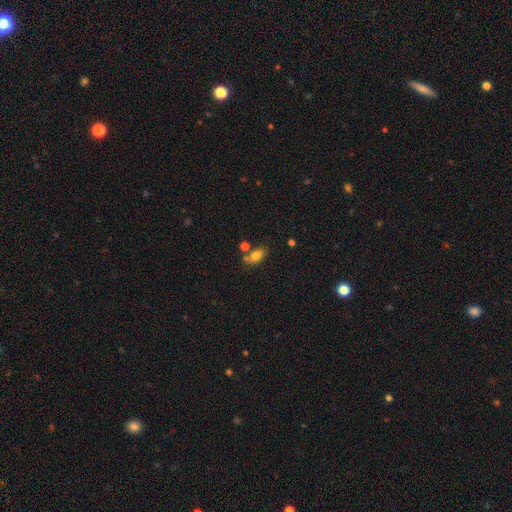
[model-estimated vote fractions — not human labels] smooth_or_featured: smooth (p=0.78) [alt: featured or disk p=0.13]
how_rounded: in between (p=0.86) [alt: round p=0.08]
merging: none (p=0.61) [alt: merger p=0.19]